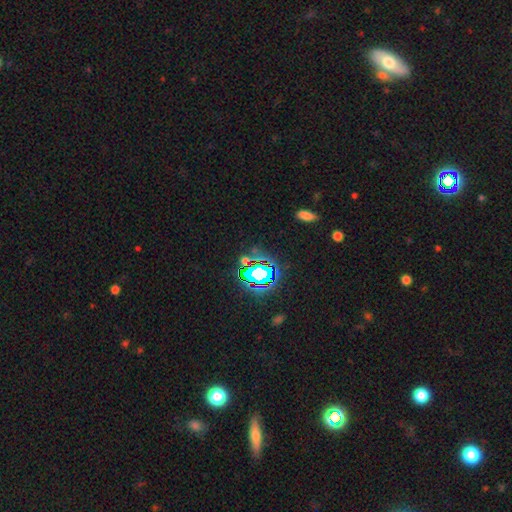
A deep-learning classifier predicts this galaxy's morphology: smooth-or-featured: star or artifact: 76% | smooth: 15% | featured or disk: 9%